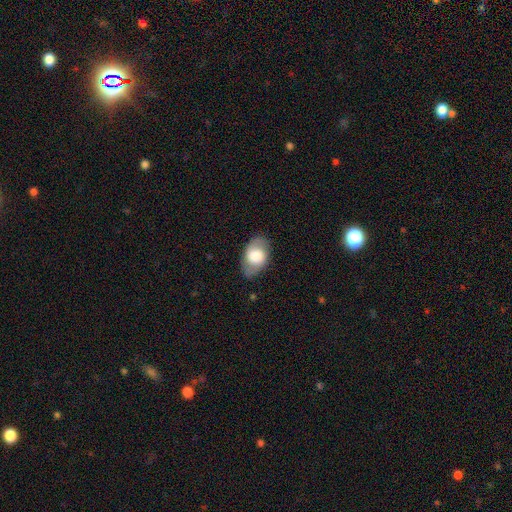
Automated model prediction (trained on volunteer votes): Smooth or featured? smooth (58%)
How rounded? in between (89%)
Merging? none (79%)